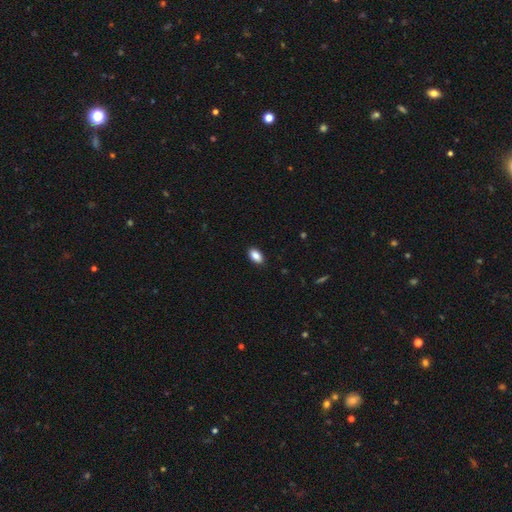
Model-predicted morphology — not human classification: A smooth galaxy with no disk features (88%) that is in between round and cigar-shaped (92%).

Vote fractions:
- Smooth or featured? smooth: 88% / star or artifact: 8% / featured or disk: 5%
- How rounded? in between: 92% / round: 6% / cigar-shaped: 2%
- Merging? none: 89% / minor disturbance: 9% / major disturbance: 2% / merger: 1%